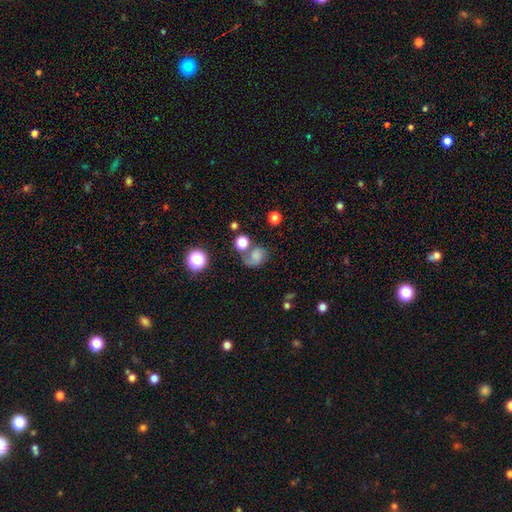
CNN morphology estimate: A smooth galaxy with no disk features (63%) that is round (61%).

Vote fractions:
- Smooth or featured? smooth: 63% / featured or disk: 23% / star or artifact: 14%
- How rounded? round: 61% / in between: 38% / cigar-shaped: 1%
- Merging? none: 40% / merger: 22% / minor disturbance: 20% / major disturbance: 17%